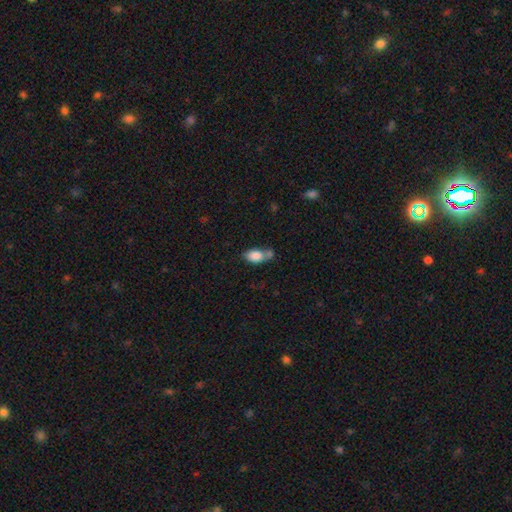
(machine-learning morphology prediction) Smooth or featured?
  - smooth: 83% *
  - featured or disk: 9%
  - star or artifact: 8%
How rounded?
  - in between: 88% *
  - round: 9%
  - cigar-shaped: 4%
Merging?
  - merger: 37% *
  - none: 36%
  - minor disturbance: 19%
  - major disturbance: 8%